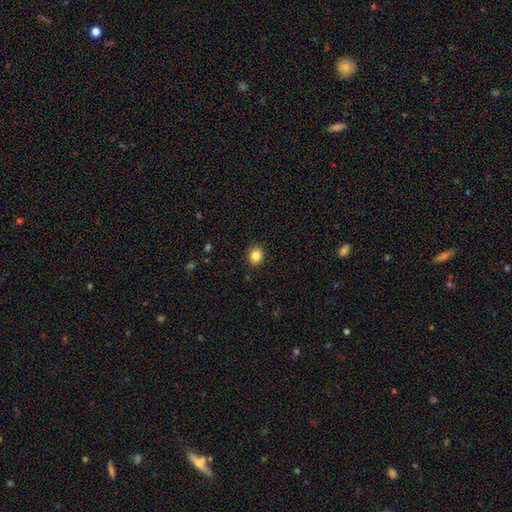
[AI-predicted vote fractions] A smooth galaxy with no disk features (84%) that is round (84%). Merging: none (91%).